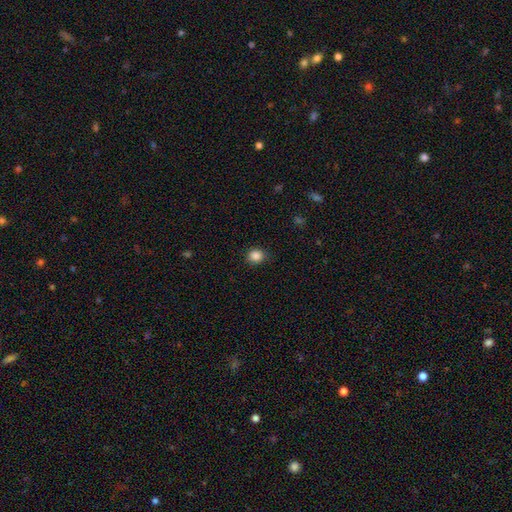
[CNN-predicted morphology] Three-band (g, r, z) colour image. It shows a smooth galaxy with no disk features (86%) that is round (79%). Merging: none (87%).